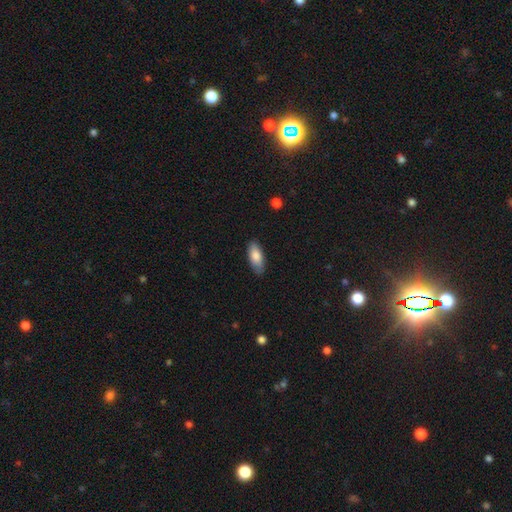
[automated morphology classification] The model was most divided on "how rounded": in between: 83%, cigar-shaped: 15%, round: 2%. More confident: merging — none (83%); smooth or featured — smooth (83%).